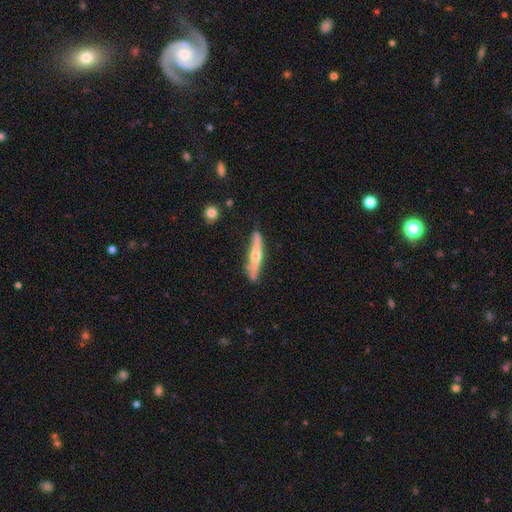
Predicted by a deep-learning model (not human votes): Morphology: type=featured or disk (63%); edge-on=yes (94%); edge-on bulge=rounded (89%); merging=none (79%).